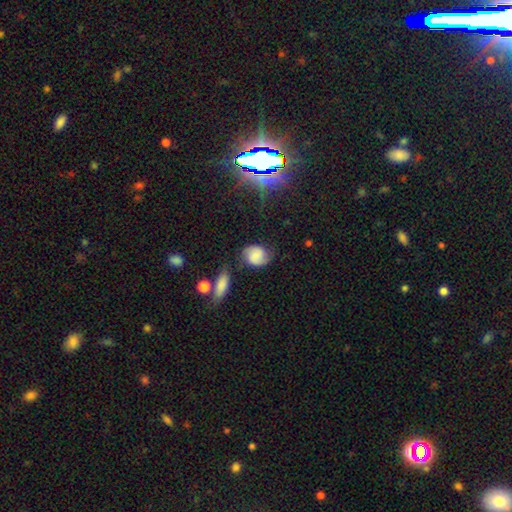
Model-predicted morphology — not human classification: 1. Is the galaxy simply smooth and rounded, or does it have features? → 46% smooth, 43% featured or disk, 10% star or artifact.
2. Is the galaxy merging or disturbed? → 63% none, 24% minor disturbance, 8% major disturbance, 5% merger.